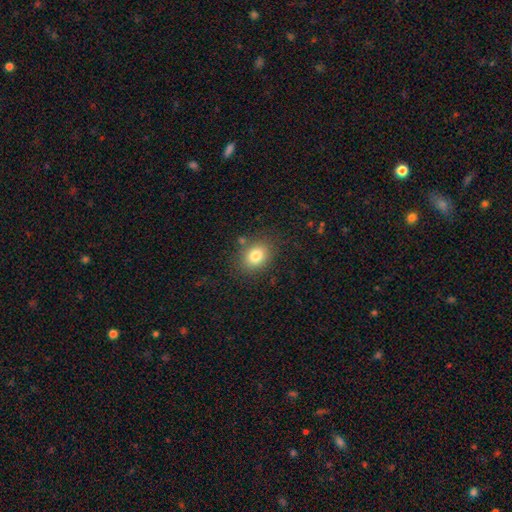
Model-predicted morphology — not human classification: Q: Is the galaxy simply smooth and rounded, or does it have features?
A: smooth — 81%.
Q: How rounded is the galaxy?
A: in between — 54%.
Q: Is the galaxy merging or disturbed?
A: none — 80%.